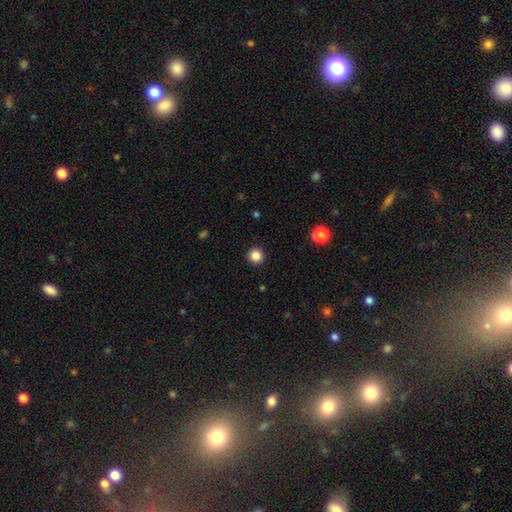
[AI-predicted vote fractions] Smooth or featured? smooth (86%)
How rounded? round (95%)
Merging? none (93%)